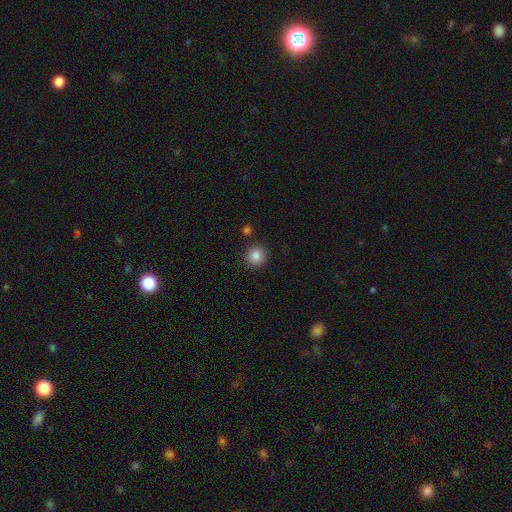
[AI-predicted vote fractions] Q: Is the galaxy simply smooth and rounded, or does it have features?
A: smooth — 86%.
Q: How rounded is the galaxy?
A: round — 93%.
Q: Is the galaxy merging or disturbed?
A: none — 89%.